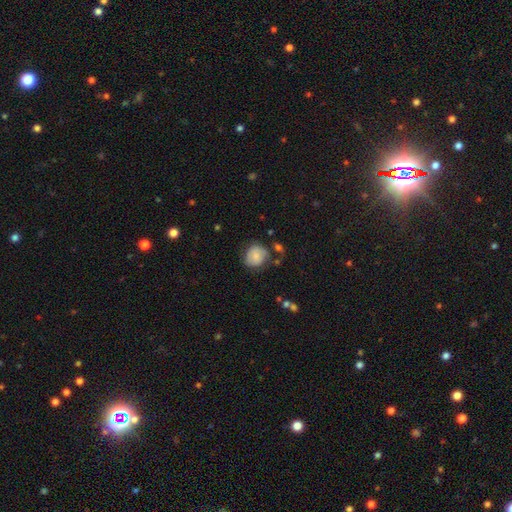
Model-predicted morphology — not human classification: Smooth or featured?
  - smooth: 73% *
  - featured or disk: 19%
  - star or artifact: 8%
How rounded?
  - round: 74% *
  - in between: 25%
  - cigar-shaped: 1%
Merging?
  - none: 62% *
  - minor disturbance: 24%
  - major disturbance: 9%
  - merger: 5%